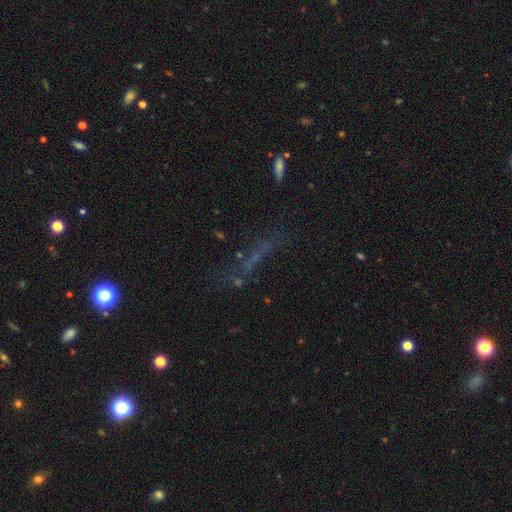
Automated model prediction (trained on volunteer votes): The model was most divided on "smooth or featured": star or artifact: 46%, smooth: 29%, featured or disk: 25%.